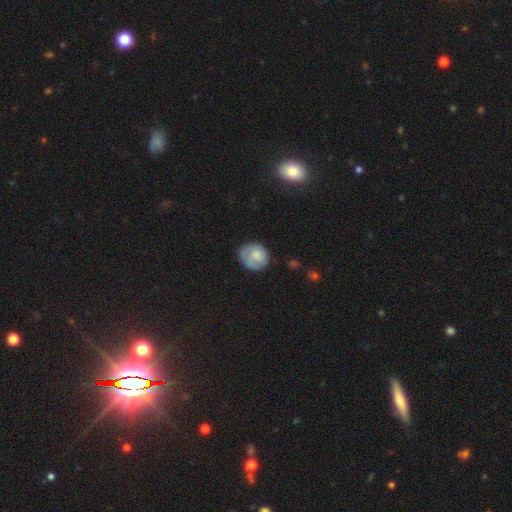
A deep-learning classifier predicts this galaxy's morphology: Smooth or featured? smooth (62%)
How rounded? round (77%)
Merging? none (63%)